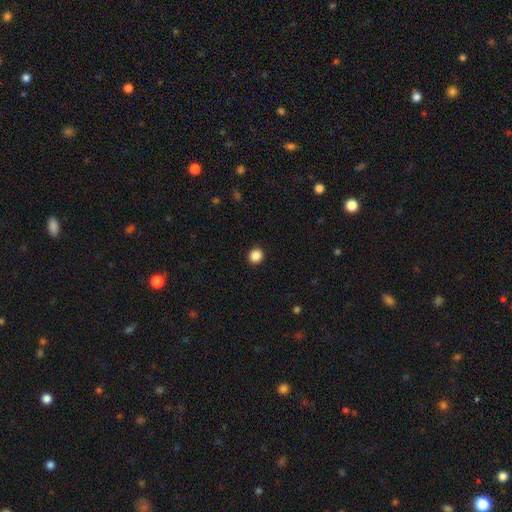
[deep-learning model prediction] This appears to be a smooth galaxy with no disk features (88%) that is round (86%). Merging: none (92%).